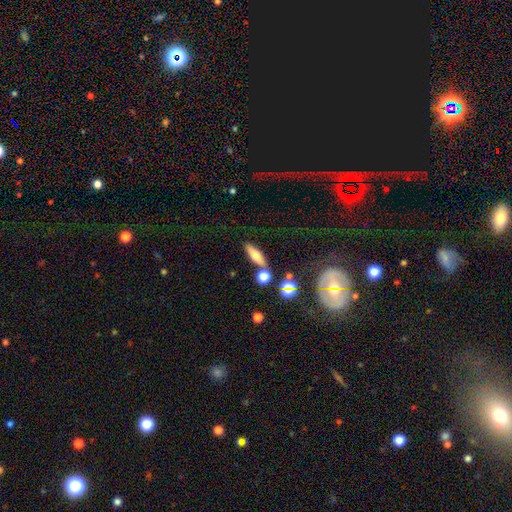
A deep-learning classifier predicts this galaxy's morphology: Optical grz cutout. It shows a smooth galaxy with no disk features (62%) that is in between round and cigar-shaped (50%). Merging: none (67%).